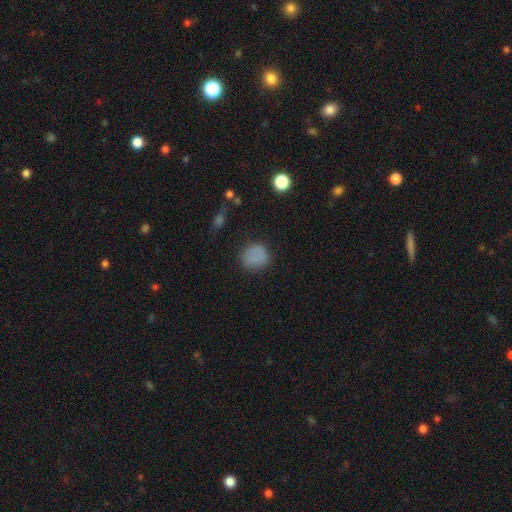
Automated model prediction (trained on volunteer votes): This appears to be a smooth galaxy with no disk features (80%) that is round (81%). Merging: none (79%).